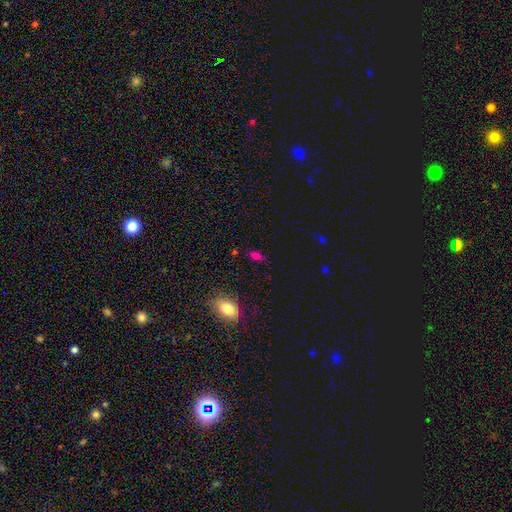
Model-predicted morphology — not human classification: A smooth galaxy with no disk features (70%) that is in between round and cigar-shaped (79%). Merging: none (75%).